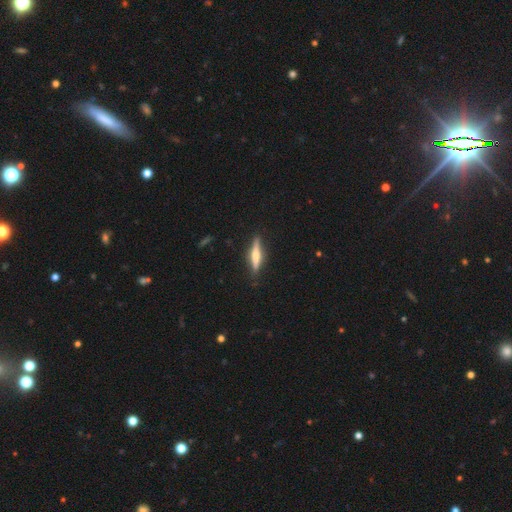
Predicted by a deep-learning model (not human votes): Morphology: type=featured or disk (59%); edge-on=yes (96%); edge-on bulge=rounded (76%); merging=none (87%).